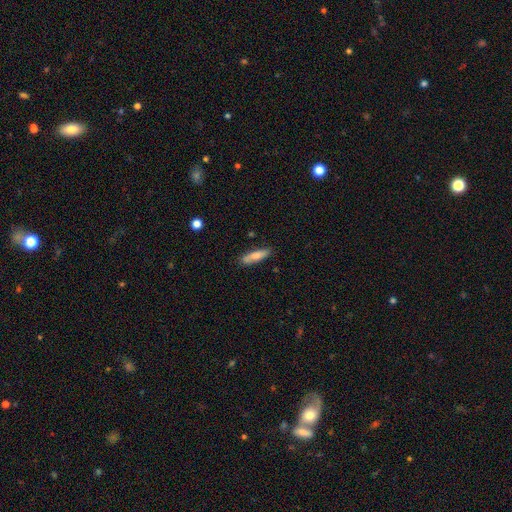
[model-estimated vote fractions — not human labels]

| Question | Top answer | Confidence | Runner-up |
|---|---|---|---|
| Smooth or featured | smooth | 74% | featured or disk (19%) |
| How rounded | cigar-shaped | 70% | in between (28%) |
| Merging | none | 79% | minor disturbance (15%) |